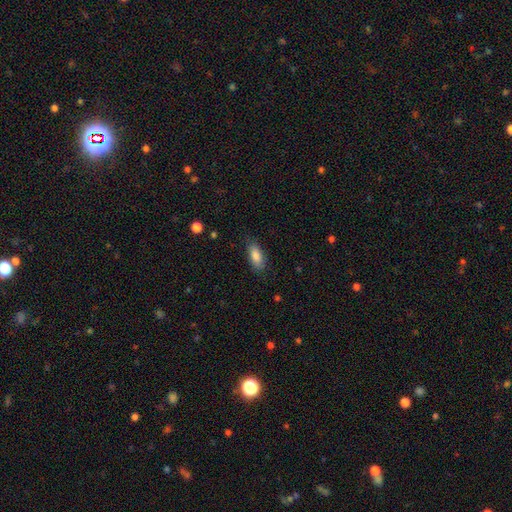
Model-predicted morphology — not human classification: Smooth or featured: smooth — 85% (featured or disk — 8%)
How rounded: in between — 85% (cigar-shaped — 13%)
Merging: none — 82% (minor disturbance — 14%)